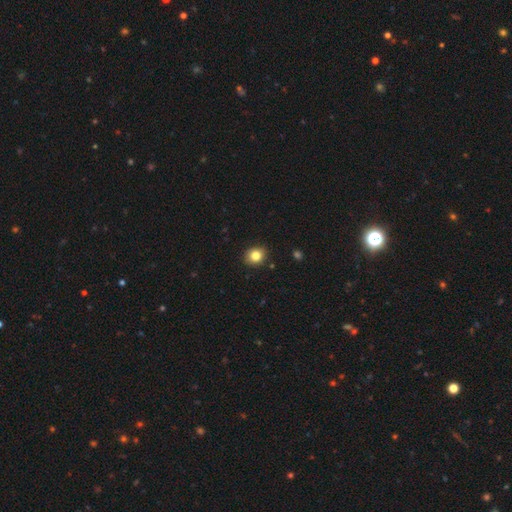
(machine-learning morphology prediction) type=smooth (83%); roundness=round (73%); merging=none (89%).